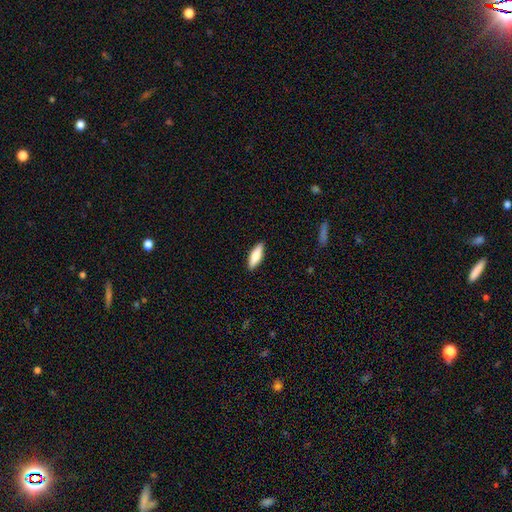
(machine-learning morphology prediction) smooth-or-featured: smooth: 75% | featured or disk: 20% | star or artifact: 6%
  how-rounded: in between: 55% | cigar-shaped: 43% | round: 2%
  merging: none: 90% | minor disturbance: 8% | major disturbance: 2% | merger: 1%